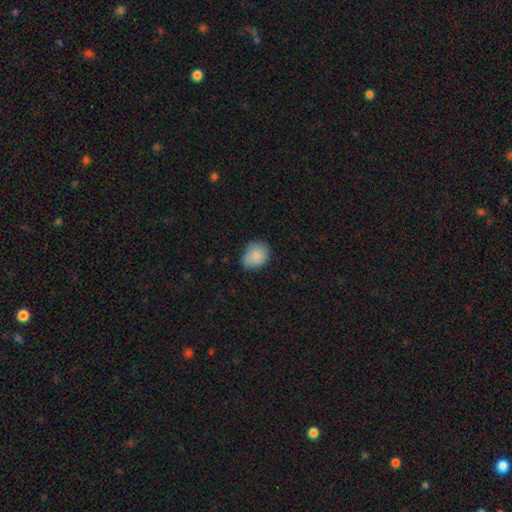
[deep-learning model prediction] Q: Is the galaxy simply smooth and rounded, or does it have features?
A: smooth — 84%.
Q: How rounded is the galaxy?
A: in between — 53%.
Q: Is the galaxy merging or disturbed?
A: none — 69%.